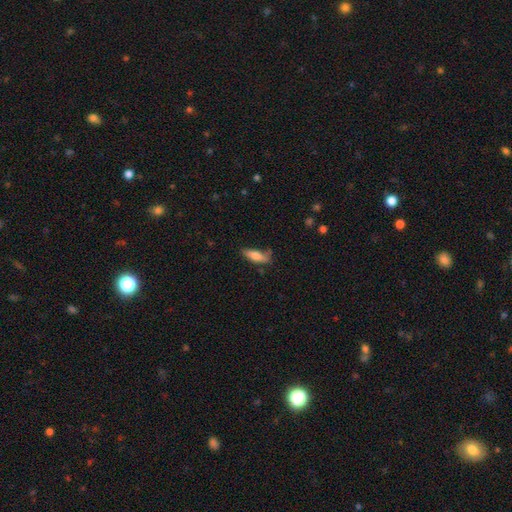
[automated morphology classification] smooth 73%, featured or disk 20%, star or artifact 7%. Down the decision tree: how rounded — in between (51%); merging — none (60%).